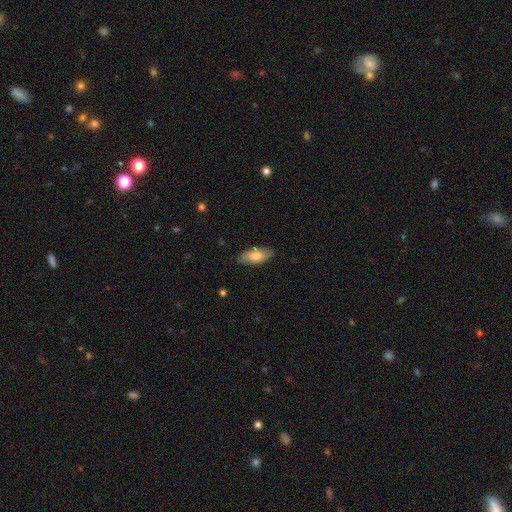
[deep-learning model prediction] smooth-or-featured: smooth: 76% | featured or disk: 18% | star or artifact: 6%
  how-rounded: in between: 85% | cigar-shaped: 13% | round: 2%
  merging: none: 82% | minor disturbance: 14% | major disturbance: 3% | merger: 1%